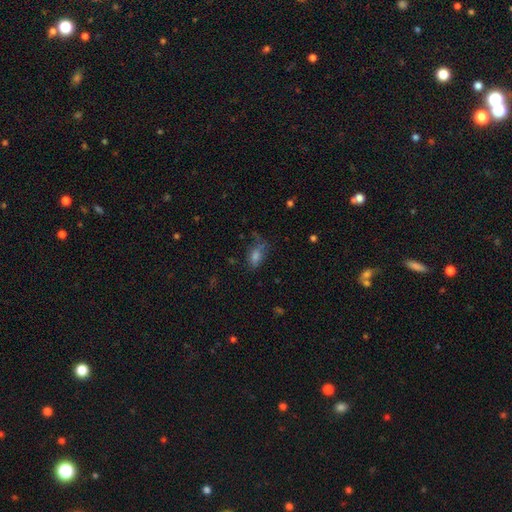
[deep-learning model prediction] Q: Smooth or featured?
A: smooth (59%); runner-up: star or artifact (23%)
Q: How rounded?
A: in between (79%); runner-up: round (12%)
Q: Merging?
A: none (51%); runner-up: minor disturbance (26%)